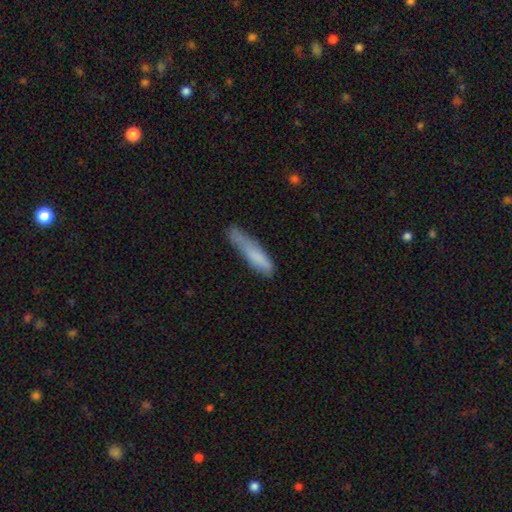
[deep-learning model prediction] Overall: smooth (77%). How rounded: cigar-shaped (86%). Merging: none (50%; minor disturbance 33%).